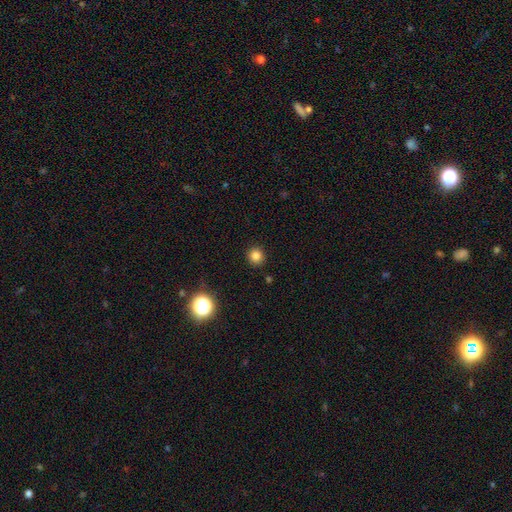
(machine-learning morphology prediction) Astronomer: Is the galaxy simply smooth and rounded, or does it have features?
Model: smooth — 81%.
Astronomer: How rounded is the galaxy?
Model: round — 92%.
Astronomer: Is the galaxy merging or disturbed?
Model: none — 91%.